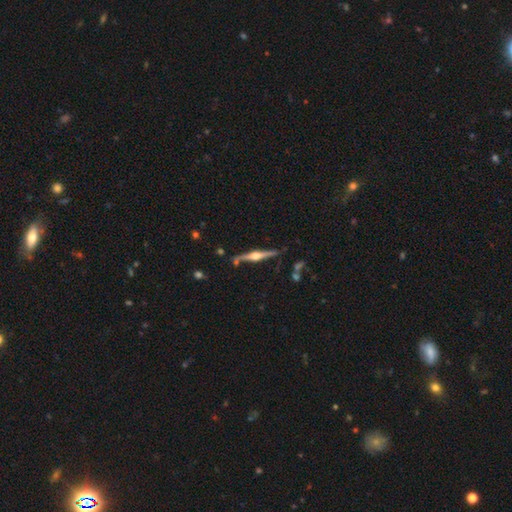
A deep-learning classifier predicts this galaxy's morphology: type=featured or disk (81%); edge-on=yes (98%); edge-on bulge=rounded (94%); merging=none (80%).